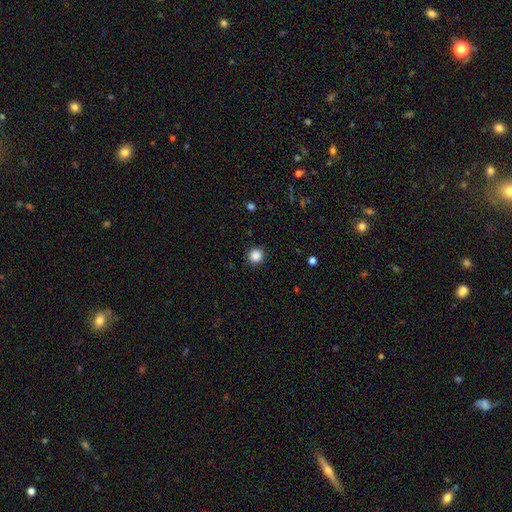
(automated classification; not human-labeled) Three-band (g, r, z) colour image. It shows a smooth galaxy with no disk features (87%) that is round (94%). Merging: none (91%).